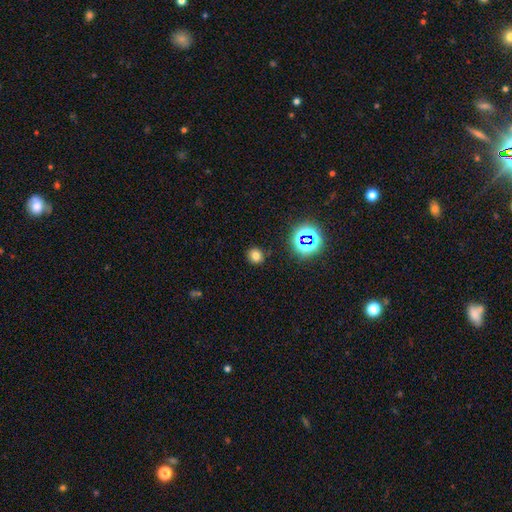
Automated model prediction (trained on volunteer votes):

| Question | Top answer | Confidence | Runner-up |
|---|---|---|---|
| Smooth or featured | smooth | 71% | star or artifact (21%) |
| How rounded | round | 84% | in between (15%) |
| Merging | none | 87% | minor disturbance (8%) |